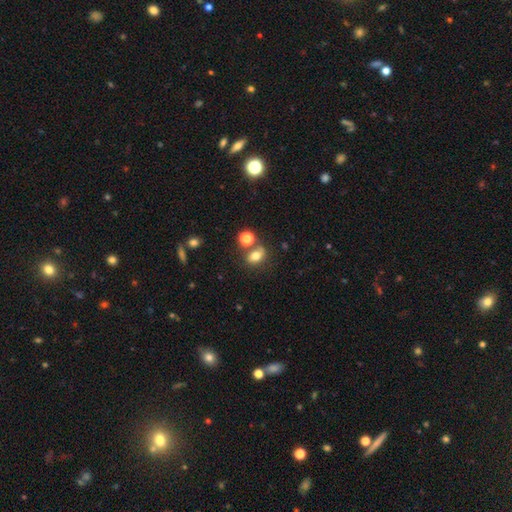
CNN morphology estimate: Q: Smooth or featured?
A: smooth (74%); runner-up: star or artifact (14%)
Q: How rounded?
A: in between (67%); runner-up: round (31%)
Q: Merging?
A: none (57%); runner-up: merger (22%)